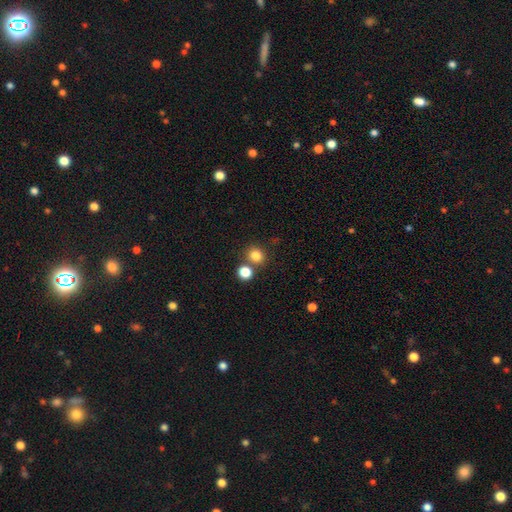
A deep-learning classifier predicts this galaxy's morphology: A smooth galaxy with no disk features (82%) that is round (83%).

Vote fractions:
- Smooth or featured? smooth: 82% / star or artifact: 13% / featured or disk: 5%
- How rounded? round: 83% / in between: 16% / cigar-shaped: 1%
- Merging? none: 70% / merger: 19% / minor disturbance: 8% / major disturbance: 3%